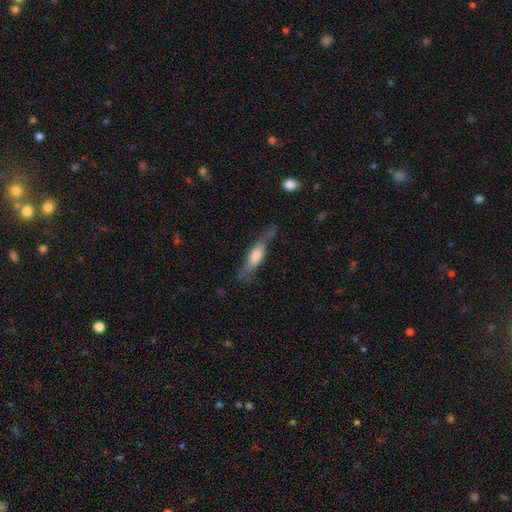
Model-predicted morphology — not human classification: A smooth galaxy with no disk features (50%).

Vote fractions:
- Smooth or featured? smooth: 50% / featured or disk: 44% / star or artifact: 6%
- Merging? none: 57% / minor disturbance: 27% / major disturbance: 13% / merger: 3%